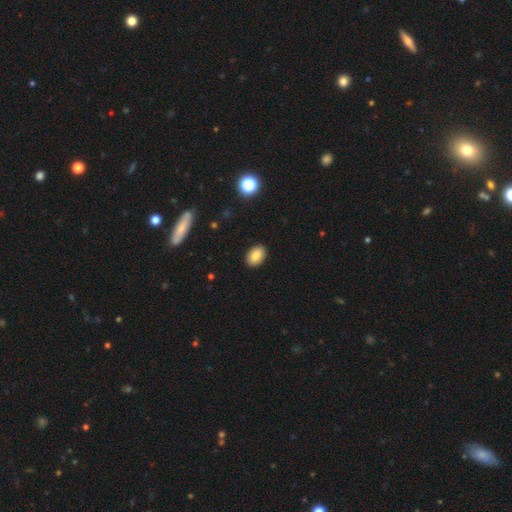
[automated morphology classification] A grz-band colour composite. It shows a smooth galaxy with no disk features (84%) that is in between round and cigar-shaped (80%). Merging: none (90%).